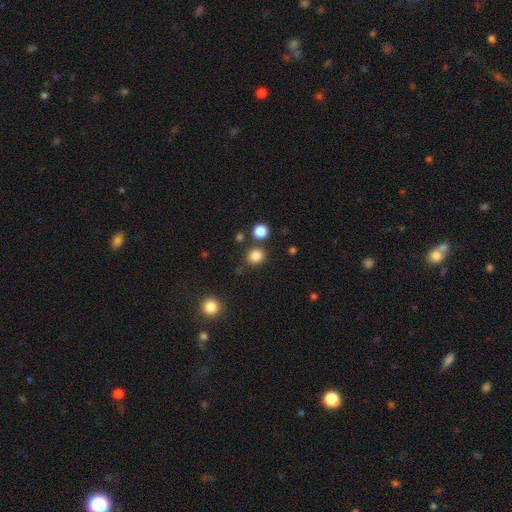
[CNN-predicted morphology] This is clearly a smooth galaxy (83%). How rounded: clearly round (85%). Merging: clearly none (82%).